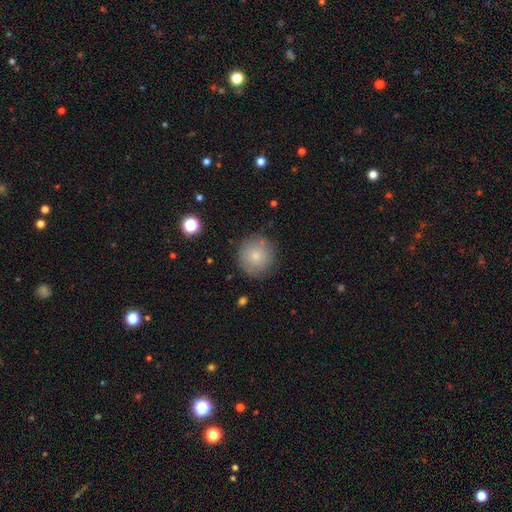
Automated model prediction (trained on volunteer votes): smooth_or_featured: smooth (p=0.79) [alt: featured or disk p=0.12]
how_rounded: round (p=0.94) [alt: in between p=0.05]
merging: none (p=0.85) [alt: minor disturbance p=0.11]